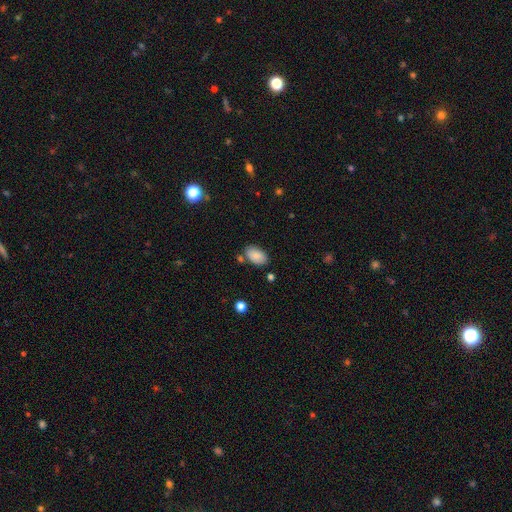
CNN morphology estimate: The model was most divided on "merging": none: 75%, minor disturbance: 15%, merger: 7%, major disturbance: 3%. More confident: how rounded — in between (93%); smooth or featured — smooth (86%).